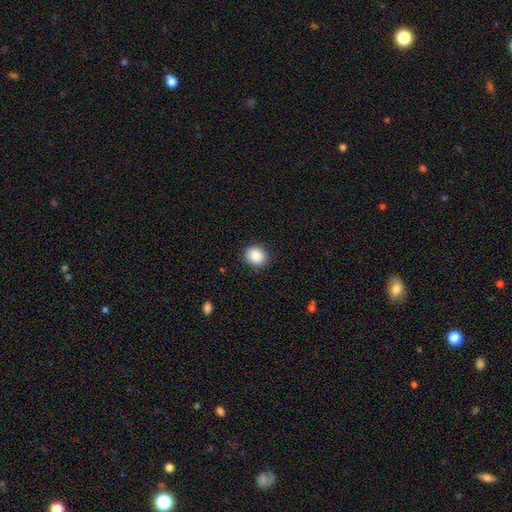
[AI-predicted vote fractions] Smooth or featured?
  - smooth: 88% *
  - star or artifact: 8%
  - featured or disk: 3%
How rounded?
  - round: 68% *
  - in between: 32%
  - cigar-shaped: 1%
Merging?
  - none: 88% *
  - minor disturbance: 9%
  - major disturbance: 2%
  - merger: 1%